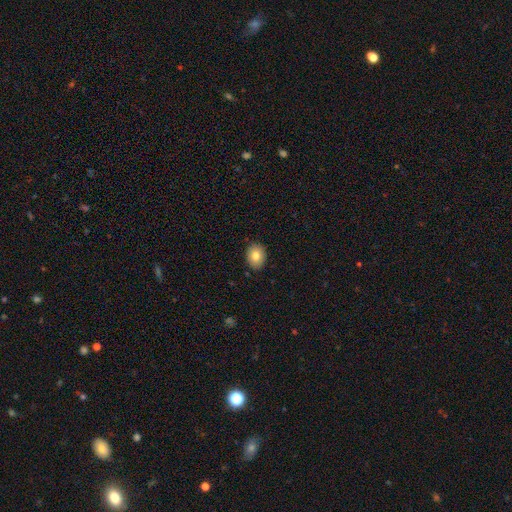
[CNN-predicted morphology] Smooth or featured? smooth (80%)
How rounded? in between (56%)
Merging? none (89%)